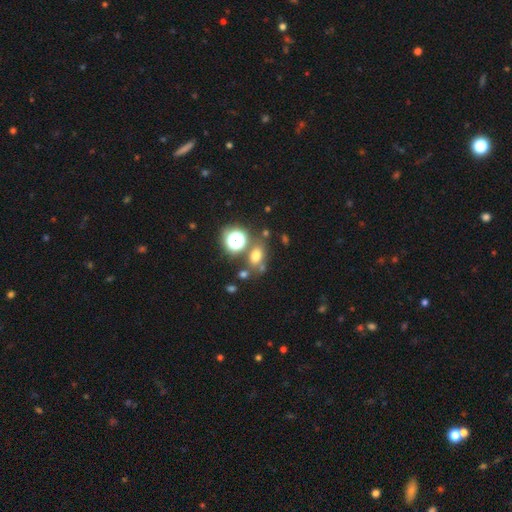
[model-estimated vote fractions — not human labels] Smooth or featured: smooth — 65% (star or artifact — 23%)
How rounded: in between — 60% (round — 38%)
Merging: none — 65% (merger — 15%)